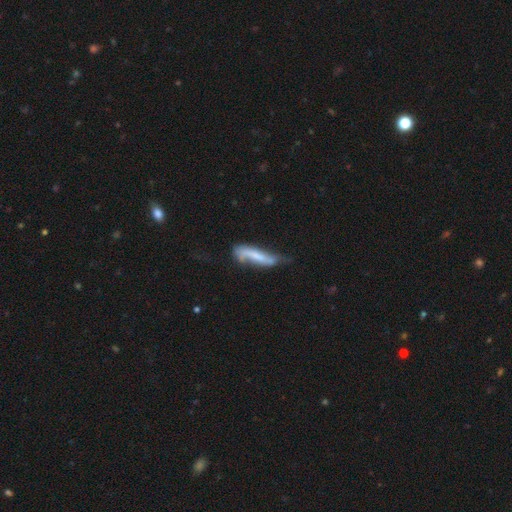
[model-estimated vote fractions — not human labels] Overall: smooth (49%; featured or disk 44%). Merging: minor disturbance (36%; none 33%).